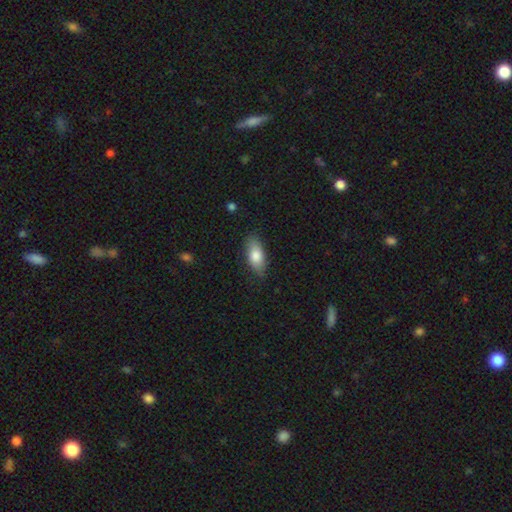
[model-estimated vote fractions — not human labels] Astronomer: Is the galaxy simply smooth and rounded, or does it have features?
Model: smooth — 79%.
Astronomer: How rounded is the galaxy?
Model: in between — 85%.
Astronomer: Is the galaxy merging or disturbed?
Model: none — 81%.